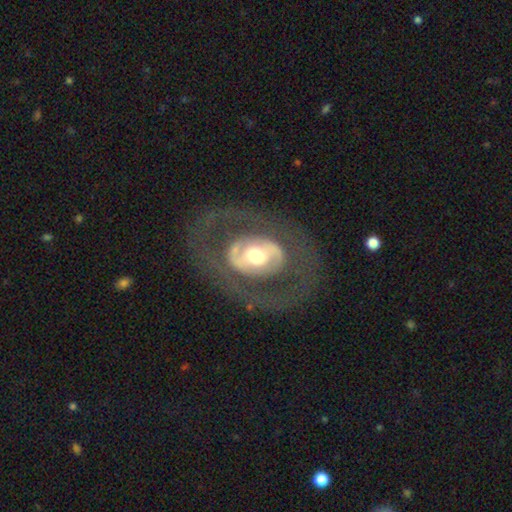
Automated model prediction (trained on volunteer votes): Smooth or featured? featured or disk (73%)
Edge-on disk? no (94%)
Bar? no (54%)
Spiral arms? no (58%)
Bulge size? moderate (62%)
Merging? none (72%)